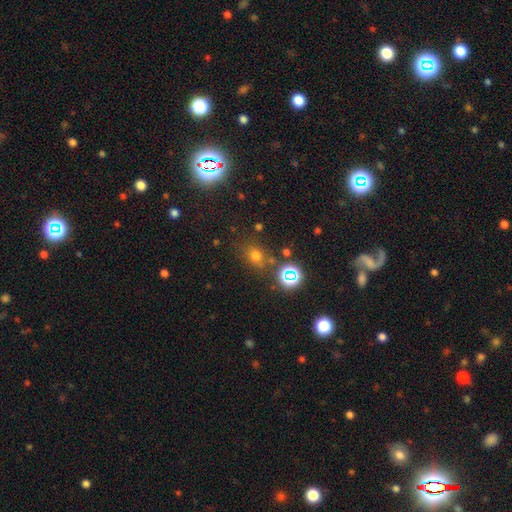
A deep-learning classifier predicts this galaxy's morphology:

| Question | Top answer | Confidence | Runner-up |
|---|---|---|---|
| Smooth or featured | smooth | 63% | star or artifact (28%) |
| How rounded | round | 63% | in between (36%) |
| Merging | none | 75% | minor disturbance (13%) |